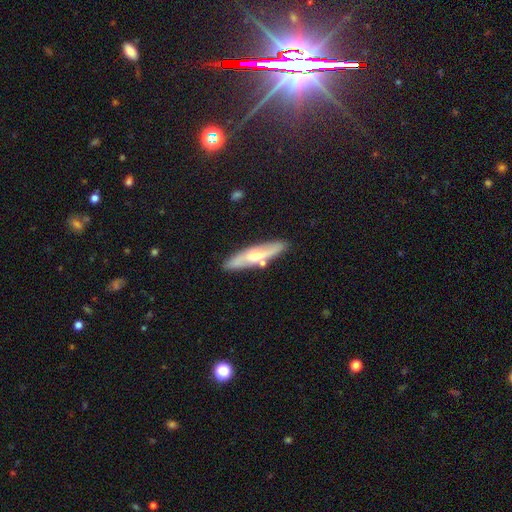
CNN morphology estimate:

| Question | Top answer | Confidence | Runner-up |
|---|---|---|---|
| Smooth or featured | featured or disk | 53% | smooth (41%) |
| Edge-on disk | yes | 63% | no (37%) |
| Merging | none | 81% | minor disturbance (11%) |